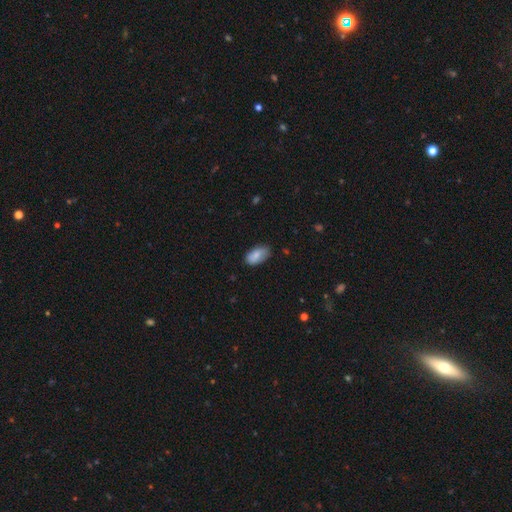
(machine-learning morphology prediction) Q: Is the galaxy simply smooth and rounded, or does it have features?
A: smooth — 83%.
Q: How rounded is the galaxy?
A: in between — 94%.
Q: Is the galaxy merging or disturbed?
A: none — 69%.